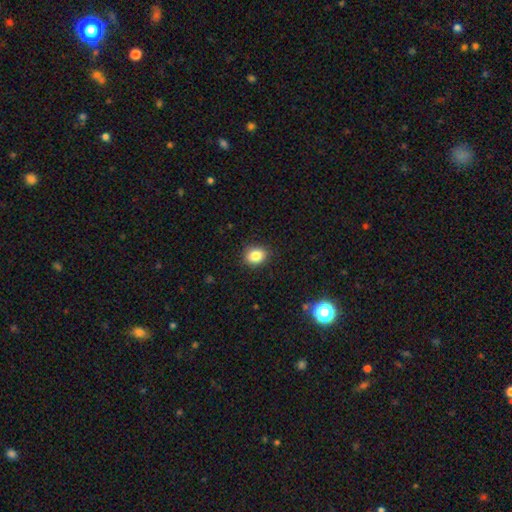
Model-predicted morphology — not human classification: smooth_or_featured: smooth (p=0.84) [alt: star or artifact p=0.10]
how_rounded: round (p=0.55) [alt: in between p=0.44]
merging: none (p=0.88) [alt: minor disturbance p=0.09]